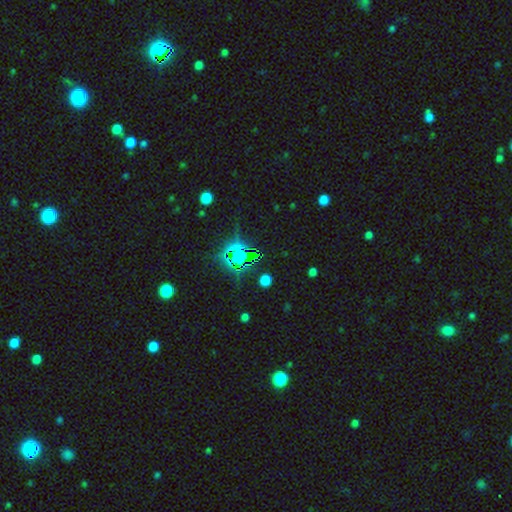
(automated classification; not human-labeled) star or artifact 70%, smooth 21%, featured or disk 9%.